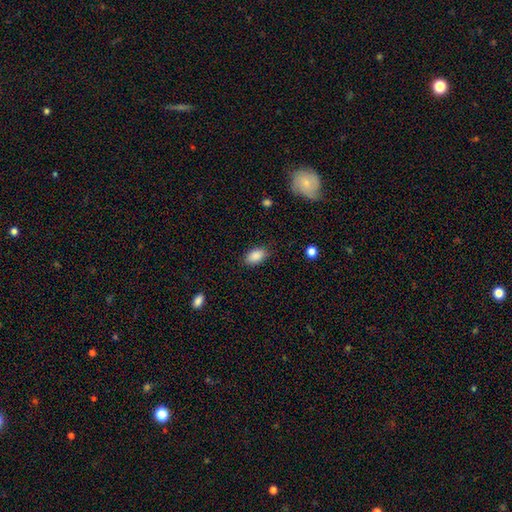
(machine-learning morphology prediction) This appears to be a smooth galaxy with no disk features (88%) that is in between round and cigar-shaped (91%). Merging: none (83%).